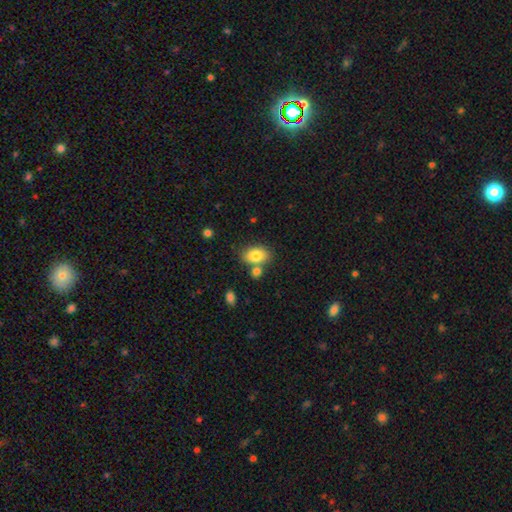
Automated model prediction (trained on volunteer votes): A smooth galaxy with no disk features (82%) that is in between round and cigar-shaped (86%). Merging: none (63%).